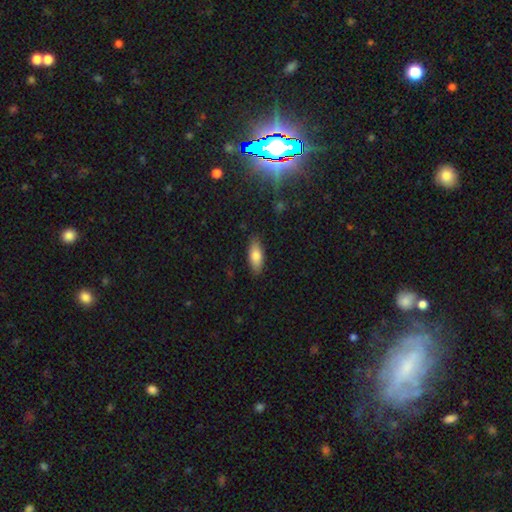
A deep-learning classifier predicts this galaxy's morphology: smooth 78%, featured or disk 15%, star or artifact 6%. Down the decision tree: how rounded — in between (74%); merging — none (86%).